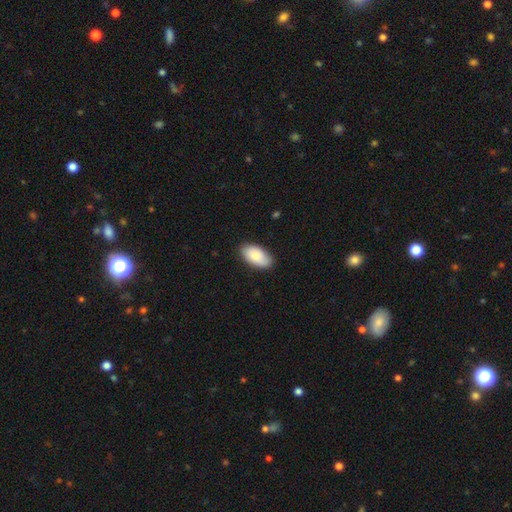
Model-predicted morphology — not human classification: smooth-or-featured: smooth: 84% | featured or disk: 10% | star or artifact: 6%
  how-rounded: in between: 95% | round: 3% | cigar-shaped: 2%
  merging: none: 84% | minor disturbance: 13% | major disturbance: 2% | merger: 1%